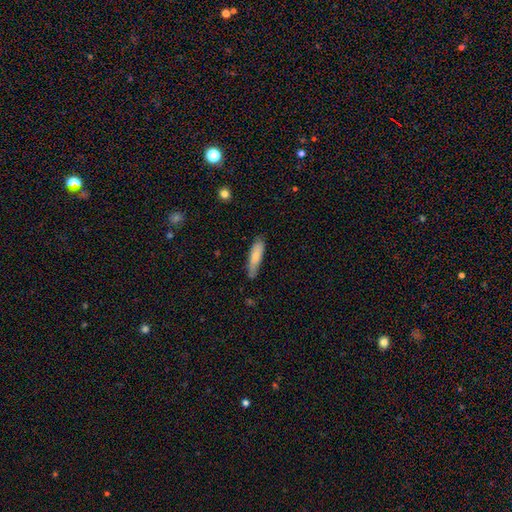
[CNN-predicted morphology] A smooth galaxy with no disk features (76%) that is cigar-shaped (70%).

Vote fractions:
- Smooth or featured? smooth: 76% / featured or disk: 19% / star or artifact: 6%
- How rounded? cigar-shaped: 70% / in between: 29% / round: 1%
- Merging? none: 72% / minor disturbance: 22% / major disturbance: 4% / merger: 2%